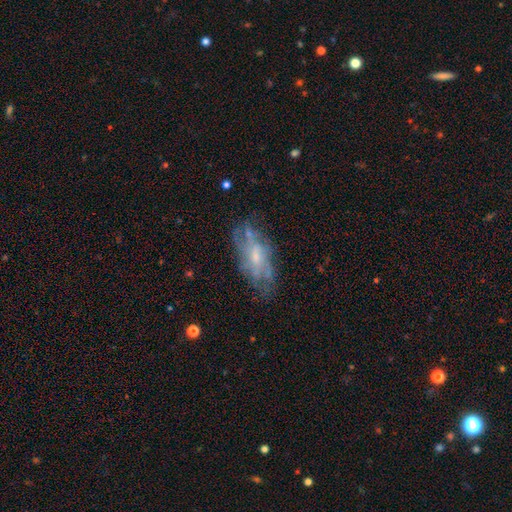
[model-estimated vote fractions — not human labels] A featured or disk galaxy (65%) with no bar (64%), spiral arms (65%) and a small central bulge (49%).

Vote fractions:
- Smooth or featured? featured or disk: 65% / smooth: 26% / star or artifact: 9%
- Edge-on disk? no: 88% / yes: 12%
- Bar? no: 64% / weak: 31% / strong: 5%
- Spiral arms? yes: 65% / no: 35%
- Bulge size? small: 49% / moderate: 35% / none: 12% / large: 3% / dominant: 1%
- Merging? none: 66% / minor disturbance: 21% / major disturbance: 11% / merger: 2%